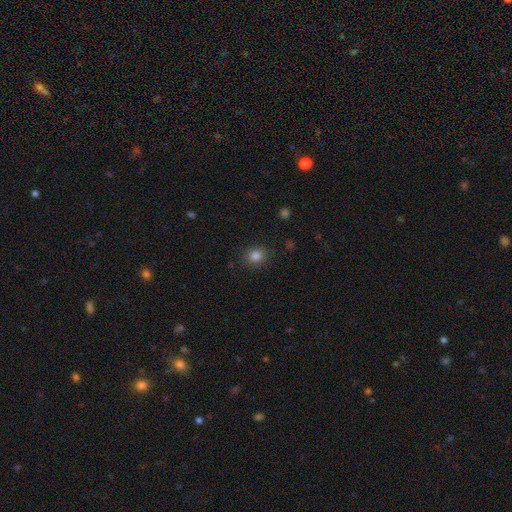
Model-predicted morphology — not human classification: A smooth galaxy with no disk features (83%) that is round (74%). Merging: none (86%).